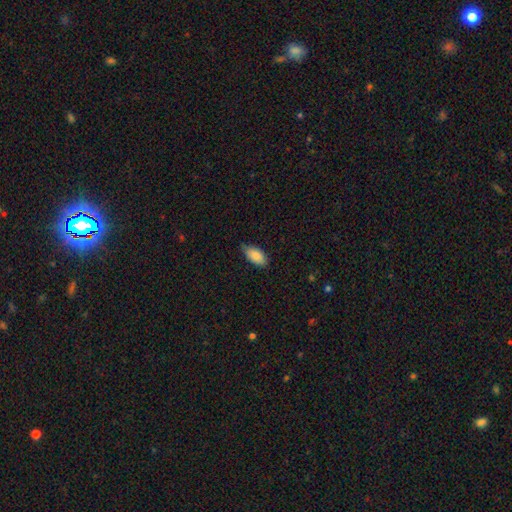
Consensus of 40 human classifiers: Smooth or featured?
  - smooth: 82% *
  - featured or disk: 10%
  - star or artifact: 8%
How rounded?
  - in between: 94% *
  - round: 6%
  - cigar-shaped: 0%
Merging?
  - minor disturbance: 49% *
  - none: 38%
  - major disturbance: 11%
  - merger: 3%